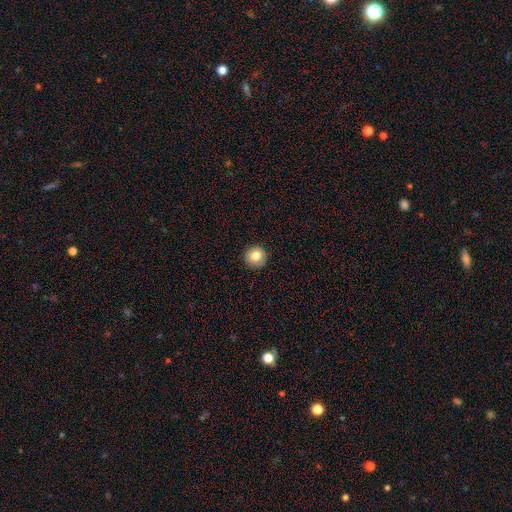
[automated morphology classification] type=smooth (81%); roundness=round (95%); merging=none (91%).